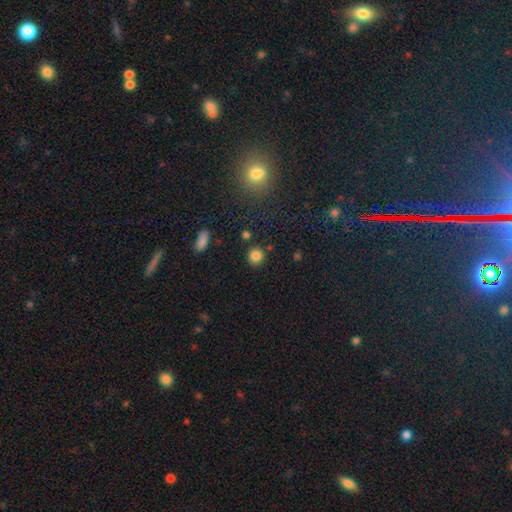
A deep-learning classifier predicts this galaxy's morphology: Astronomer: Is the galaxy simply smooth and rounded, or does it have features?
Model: smooth — 83%.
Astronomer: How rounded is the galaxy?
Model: round — 89%.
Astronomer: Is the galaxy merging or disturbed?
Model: none — 85%.